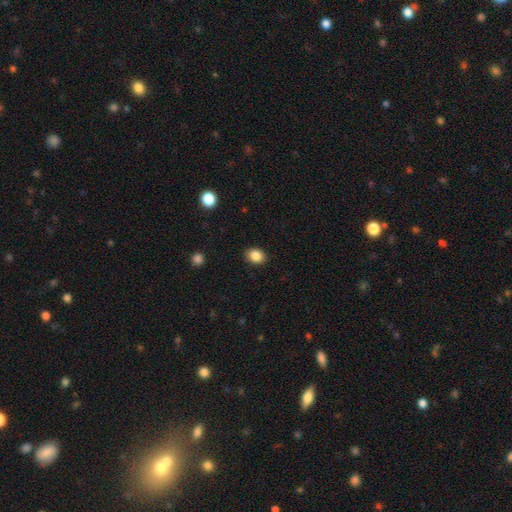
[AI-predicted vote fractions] Q: Smooth or featured?
A: smooth (86%); runner-up: star or artifact (9%)
Q: How rounded?
A: in between (62%); runner-up: round (37%)
Q: Merging?
A: none (88%); runner-up: minor disturbance (9%)